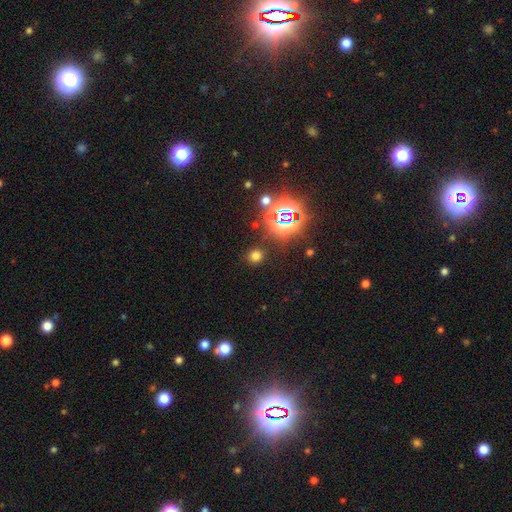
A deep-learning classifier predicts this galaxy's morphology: Smooth or featured? Predicted: smooth (p=0.62). How rounded? Predicted: round (p=0.86). Merging? Predicted: none (p=0.86).